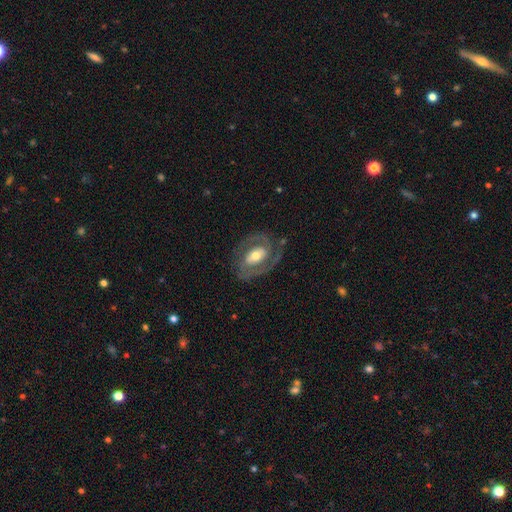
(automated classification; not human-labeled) smooth-or-featured: featured or disk: 81% | smooth: 14% | star or artifact: 5%
  disk-edge-on: no: 96% | yes: 4%
    bar: no: 37% | weak: 35% | strong: 28%
    has-spiral-arms: yes: 87% | no: 13%
      spiral-winding: medium: 45% | tight: 43% | loose: 12%
      spiral-arm-count: 2: 83% | can't tell: 7% | 1: 5% | 3: 3% | 4: 1% | more than 4: 1%
    bulge-size: moderate: 63% | small: 21% | large: 13% | dominant: 1% | none: 1%
  merging: none: 75% | minor disturbance: 15% | major disturbance: 9% | merger: 1%